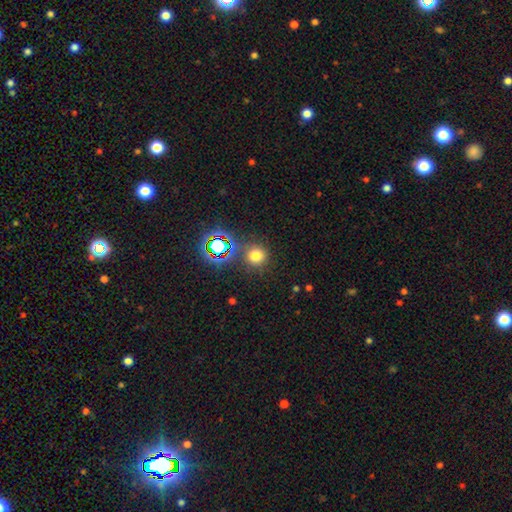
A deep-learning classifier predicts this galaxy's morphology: Smooth or featured?
  - smooth: 69% *
  - star or artifact: 25%
  - featured or disk: 7%
How rounded?
  - round: 92% *
  - in between: 7%
  - cigar-shaped: 1%
Merging?
  - none: 81% *
  - minor disturbance: 9%
  - merger: 6%
  - major disturbance: 4%